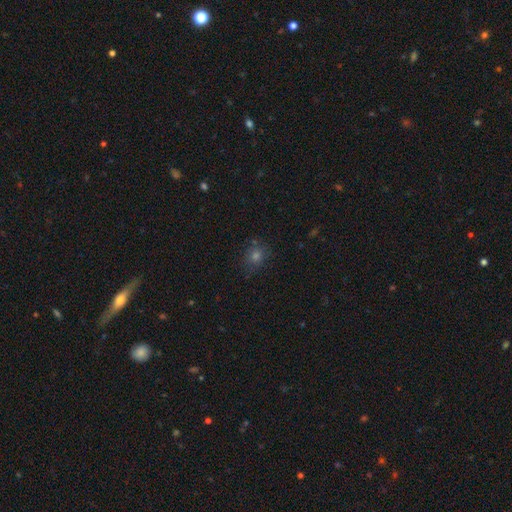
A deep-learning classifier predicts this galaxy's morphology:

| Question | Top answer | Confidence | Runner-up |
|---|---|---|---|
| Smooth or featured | smooth | 62% | star or artifact (29%) |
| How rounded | round | 80% | in between (19%) |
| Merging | none | 82% | minor disturbance (12%) |